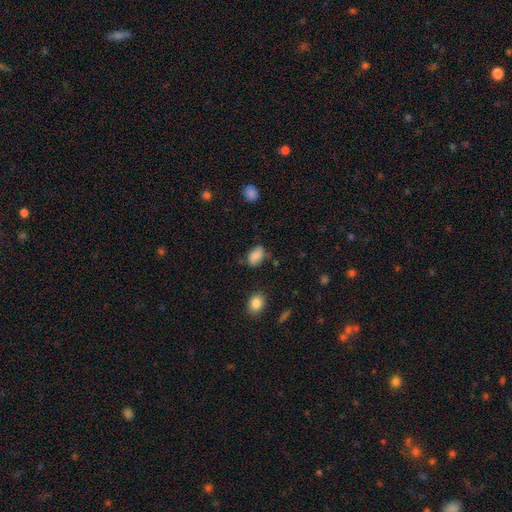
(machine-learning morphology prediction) Overall: smooth (85%). How rounded: in between (89%). Merging: none (67%).